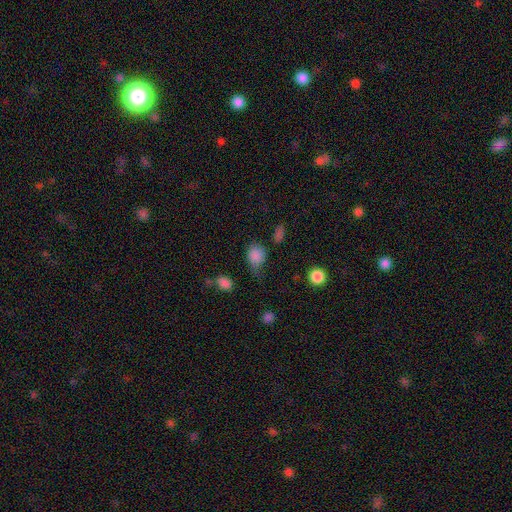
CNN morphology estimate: The model was most divided on "merging": none: 45%, minor disturbance: 35%, major disturbance: 15%, merger: 4%. More confident: smooth or featured — smooth (81%); how rounded — in between (55%).